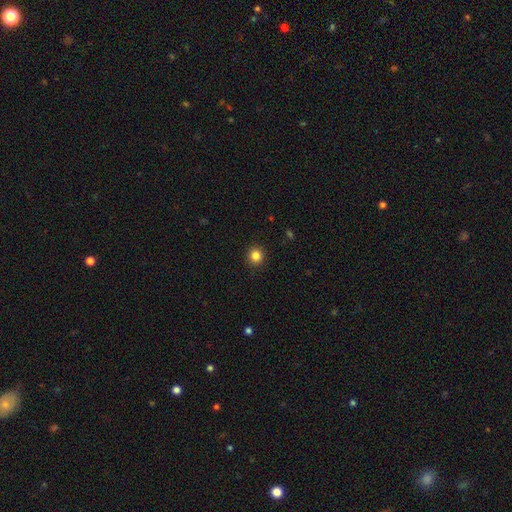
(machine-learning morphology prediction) This appears to be a smooth galaxy with no disk features (84%) that is round (94%). Merging: none (93%).